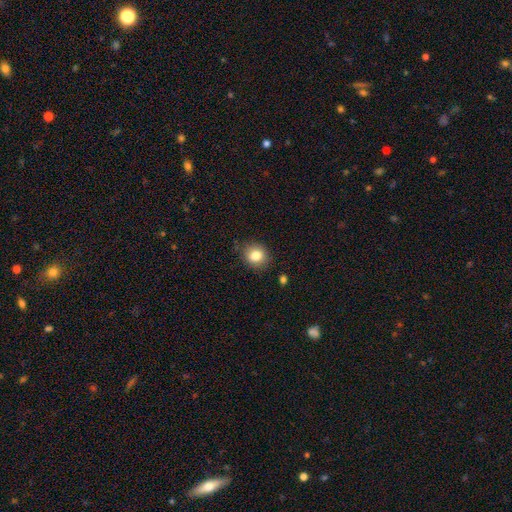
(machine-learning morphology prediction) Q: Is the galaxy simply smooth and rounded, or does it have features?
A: smooth — 83%.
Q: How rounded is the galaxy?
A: round — 78%.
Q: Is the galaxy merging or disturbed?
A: none — 85%.